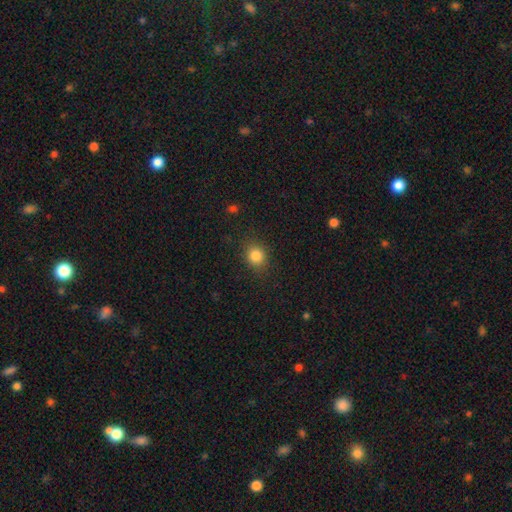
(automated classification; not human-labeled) Morphology: type=smooth (84%); roundness=round (75%); merging=none (86%).